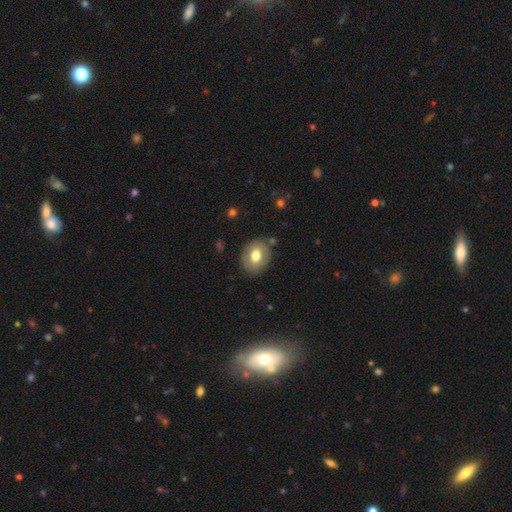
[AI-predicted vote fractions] The model was most divided on "how rounded": in between: 55%, round: 44%, cigar-shaped: 1%. More confident: merging — none (82%); smooth or featured — smooth (70%).